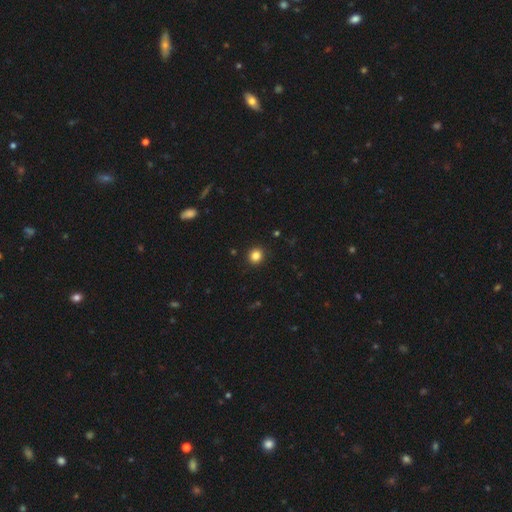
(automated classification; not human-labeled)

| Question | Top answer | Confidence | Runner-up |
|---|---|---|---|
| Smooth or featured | smooth | 84% | star or artifact (12%) |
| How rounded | round | 90% | in between (9%) |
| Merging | none | 92% | minor disturbance (5%) |